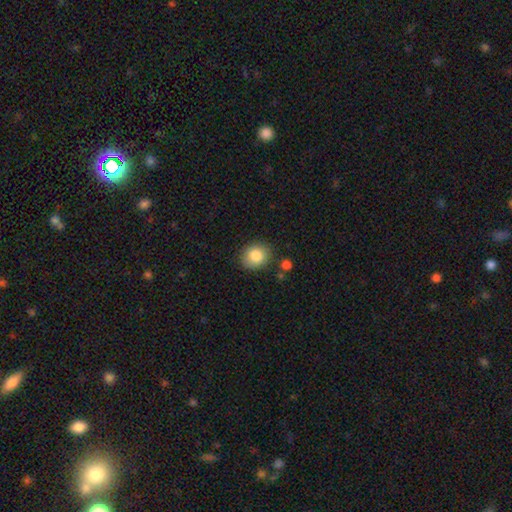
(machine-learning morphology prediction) type=smooth (85%); roundness=round (69%); merging=none (82%).